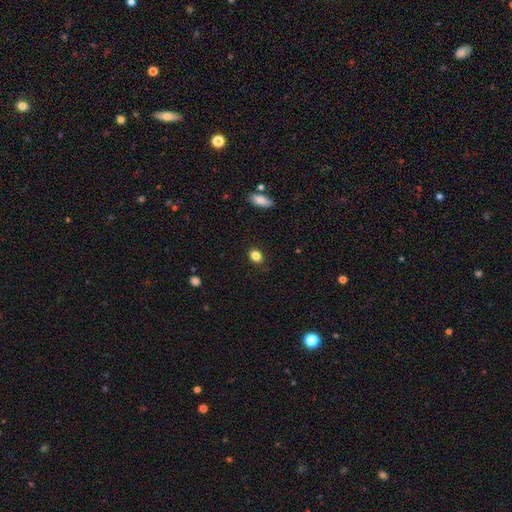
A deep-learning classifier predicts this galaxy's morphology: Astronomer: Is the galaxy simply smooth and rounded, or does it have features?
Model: smooth — 85%.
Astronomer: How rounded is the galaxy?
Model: in between — 59% (runner-up: round, 39%).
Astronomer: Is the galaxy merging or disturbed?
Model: none — 86%.